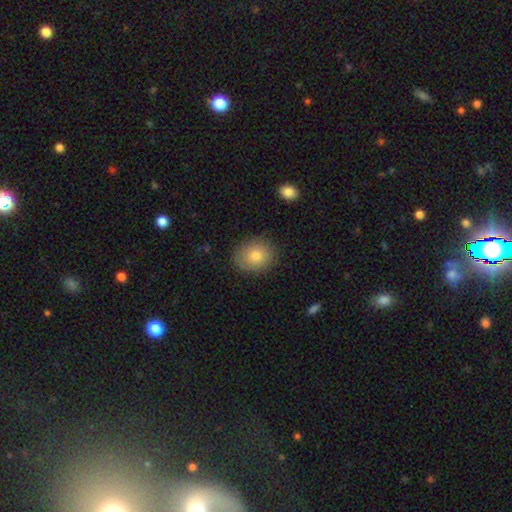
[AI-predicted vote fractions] Smooth or featured?
  - smooth: 81% *
  - featured or disk: 11%
  - star or artifact: 9%
How rounded?
  - round: 59% *
  - in between: 40%
  - cigar-shaped: 1%
Merging?
  - none: 85% *
  - minor disturbance: 11%
  - major disturbance: 3%
  - merger: 1%